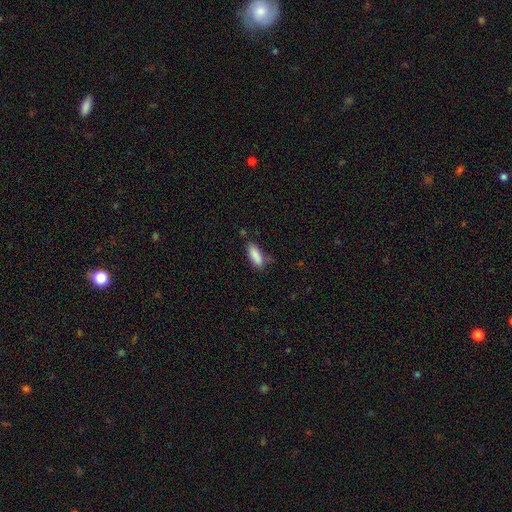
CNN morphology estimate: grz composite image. It shows a smooth galaxy with no disk features (88%) that is in between round and cigar-shaped (69%). Merging: none (68%).